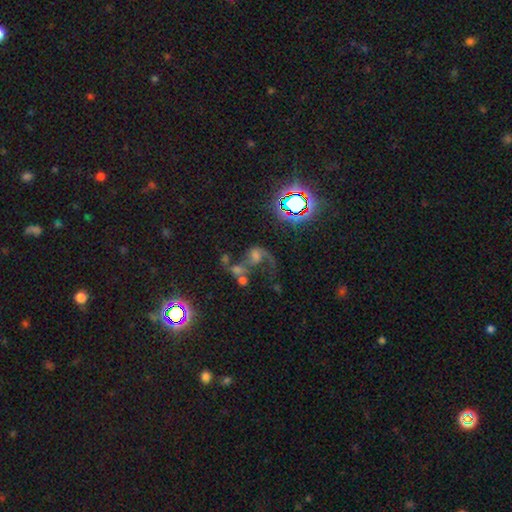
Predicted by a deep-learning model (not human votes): featured or disk 45%, star or artifact 32%, smooth 23%. Down the decision tree: merging — merger (40%).